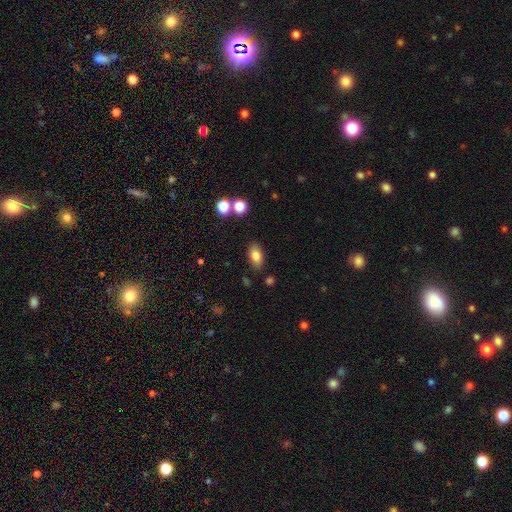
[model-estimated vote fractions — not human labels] Overall: smooth (82%). How rounded: in between (89%). Merging: none (84%).